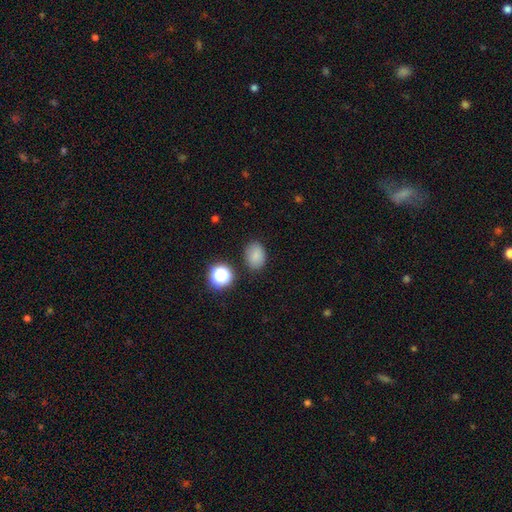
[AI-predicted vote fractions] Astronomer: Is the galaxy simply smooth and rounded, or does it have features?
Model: smooth — 81%.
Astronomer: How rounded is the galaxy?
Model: in between — 72%.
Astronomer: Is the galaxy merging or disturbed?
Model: none — 82%.